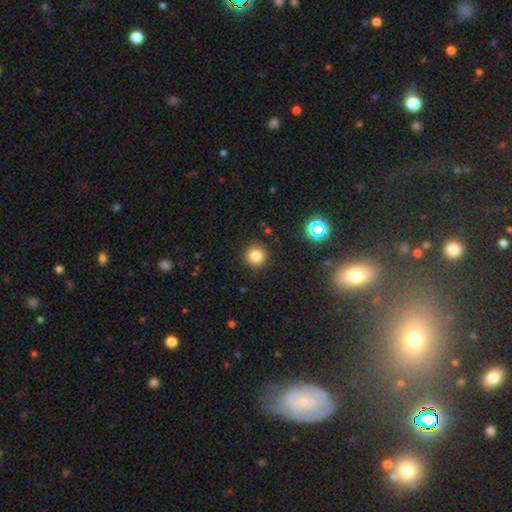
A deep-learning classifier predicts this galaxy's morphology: A smooth galaxy with no disk features (80%) that is round (95%).

Vote fractions:
- Smooth or featured? smooth: 80% / star or artifact: 14% / featured or disk: 6%
- How rounded? round: 95% / in between: 4% / cigar-shaped: 1%
- Merging? none: 91% / minor disturbance: 5% / major disturbance: 2% / merger: 1%